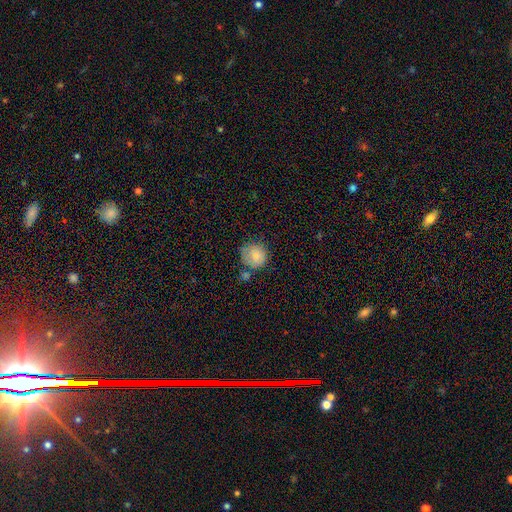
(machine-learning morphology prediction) smooth_or_featured: smooth (p=0.81) [alt: featured or disk p=0.11]
how_rounded: round (p=0.85) [alt: in between p=0.14]
merging: none (p=0.56) [alt: minor disturbance p=0.24]